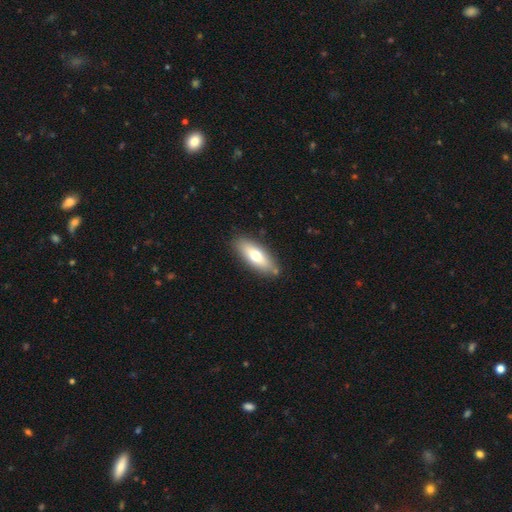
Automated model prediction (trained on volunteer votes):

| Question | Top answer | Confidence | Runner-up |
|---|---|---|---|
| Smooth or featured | smooth | 65% | featured or disk (29%) |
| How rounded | in between | 67% | cigar-shaped (30%) |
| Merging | none | 83% | minor disturbance (11%) |